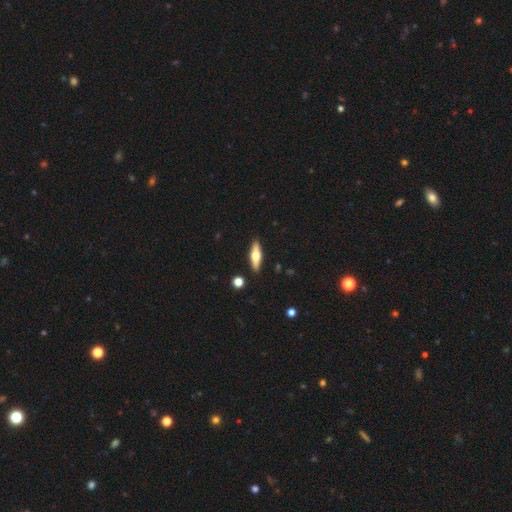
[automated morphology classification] Smooth or featured? featured or disk (49%)
Merging? none (89%)